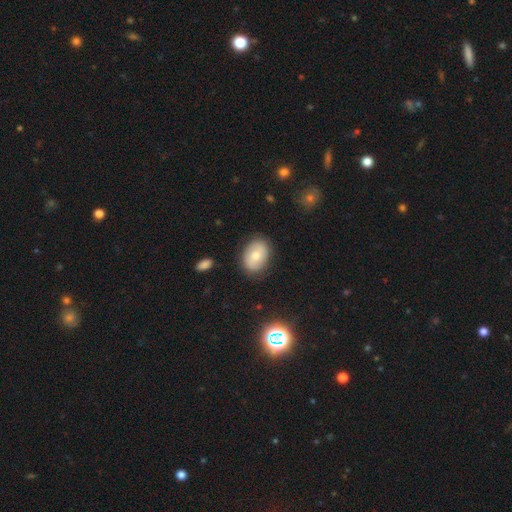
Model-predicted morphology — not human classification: smooth 68%, featured or disk 25%, star or artifact 8%. Down the decision tree: how rounded — in between (73%); merging — none (83%).